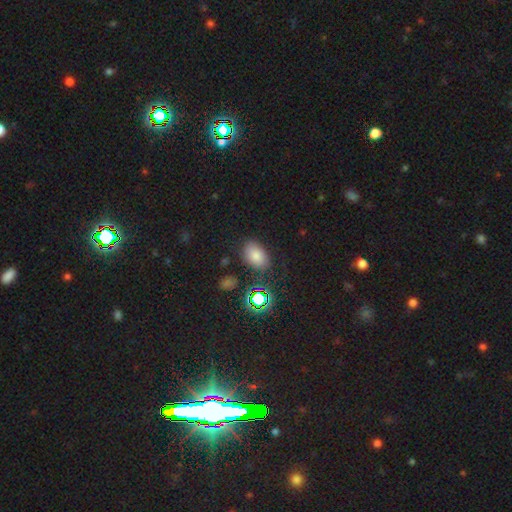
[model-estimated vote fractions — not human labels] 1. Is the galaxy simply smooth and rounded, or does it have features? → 74% smooth, 18% star or artifact, 8% featured or disk.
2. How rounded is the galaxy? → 84% in between, 15% round, 1% cigar-shaped.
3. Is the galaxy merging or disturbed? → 76% none, 15% minor disturbance, 5% major disturbance, 4% merger.